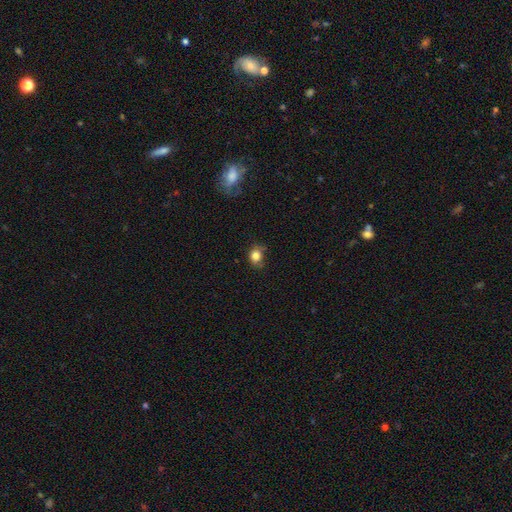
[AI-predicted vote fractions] Morphology: type=smooth (80%); roundness=round (64%); merging=none (58%).